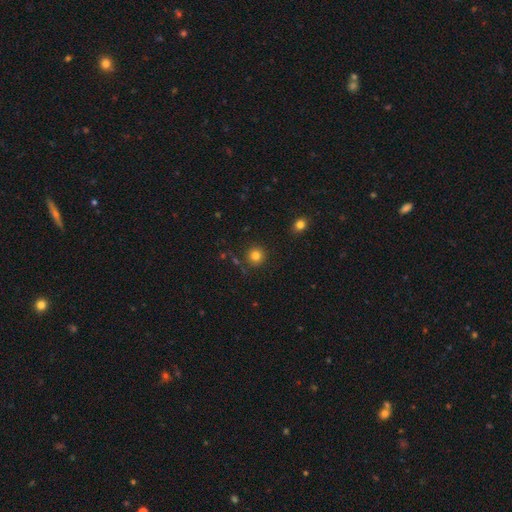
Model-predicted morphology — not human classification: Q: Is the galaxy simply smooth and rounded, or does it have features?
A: smooth — 81%.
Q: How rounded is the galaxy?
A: round — 93%.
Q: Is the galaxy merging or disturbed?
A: none — 88%.